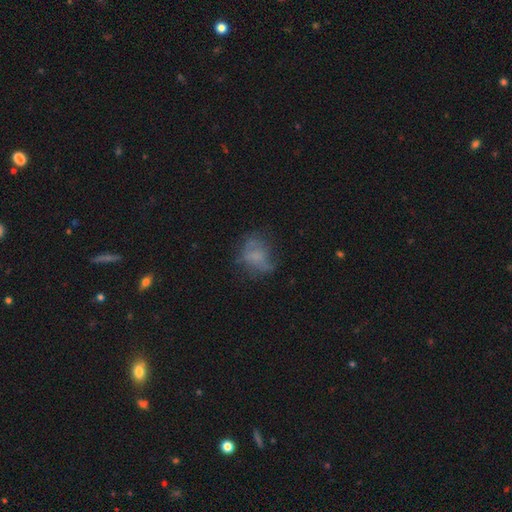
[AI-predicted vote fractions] Smooth or featured?
  - smooth: 50% *
  - featured or disk: 35%
  - star or artifact: 15%
How rounded?
  - in between: 61% *
  - round: 38%
  - cigar-shaped: 2%
Merging?
  - none: 45% *
  - major disturbance: 26%
  - minor disturbance: 25%
  - merger: 3%